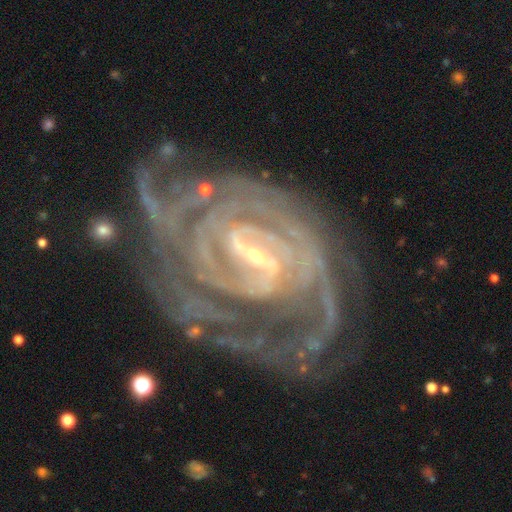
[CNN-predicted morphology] Smooth or featured? Predicted: featured or disk (p=0.91). Edge-on disk? Predicted: no (p=0.97). Bar? Predicted: strong (p=0.49). Spiral arms? Predicted: yes (p=0.97). Spiral winding? Predicted: tight (p=0.75). Spiral arm count? Predicted: can't tell (p=0.26). Bulge size? Predicted: small (p=0.74). Merging? Predicted: none (p=0.60).